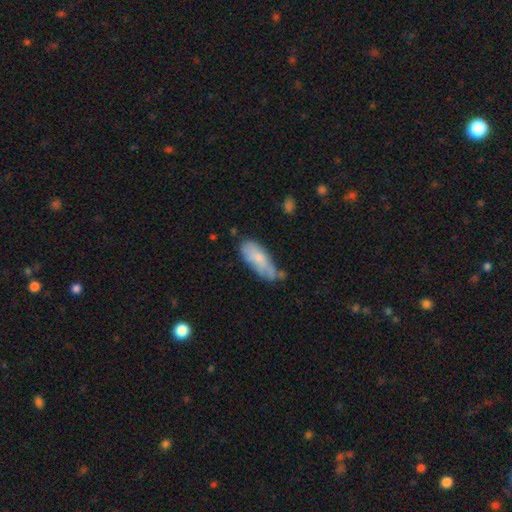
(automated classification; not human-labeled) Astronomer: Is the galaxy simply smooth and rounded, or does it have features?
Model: smooth — 69%.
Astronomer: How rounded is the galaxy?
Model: in between — 73%.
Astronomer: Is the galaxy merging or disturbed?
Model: none — 46% (runner-up: minor disturbance, 35%).